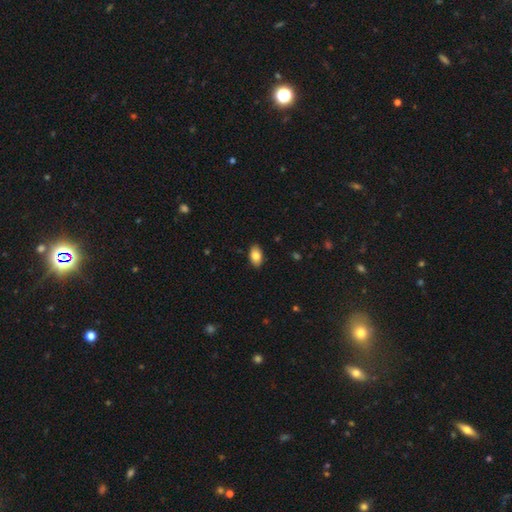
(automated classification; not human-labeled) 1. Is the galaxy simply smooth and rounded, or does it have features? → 83% smooth, 10% featured or disk, 7% star or artifact.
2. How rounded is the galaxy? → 92% in between, 7% round, 2% cigar-shaped.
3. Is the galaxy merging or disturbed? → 88% none, 9% minor disturbance, 2% major disturbance, 1% merger.